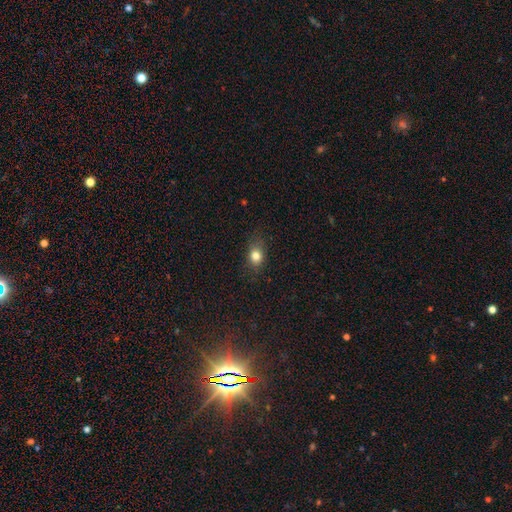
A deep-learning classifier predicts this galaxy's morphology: smooth-or-featured: smooth: 80% | star or artifact: 12% | featured or disk: 8%
  how-rounded: in between: 51% | round: 47% | cigar-shaped: 2%
  merging: none: 77% | minor disturbance: 17% | major disturbance: 5% | merger: 1%